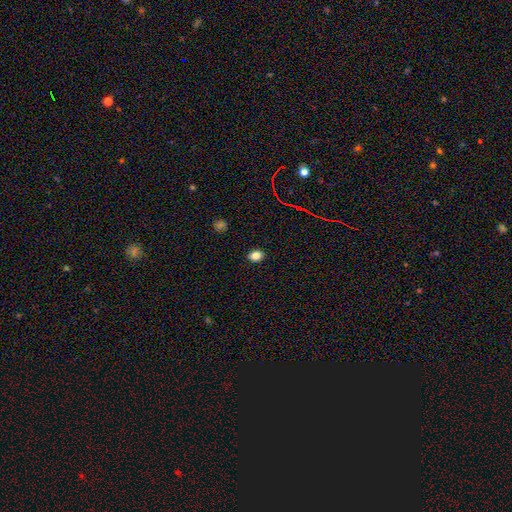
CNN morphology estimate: The model was most divided on "how rounded": in between: 61%, round: 38%, cigar-shaped: 1%. More confident: merging — none (90%); smooth or featured — smooth (83%).